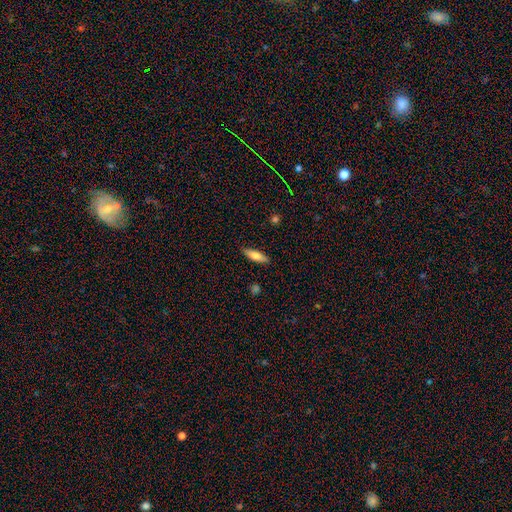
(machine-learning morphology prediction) Smooth or featured? smooth (70%)
How rounded? cigar-shaped (55%)
Merging? none (87%)